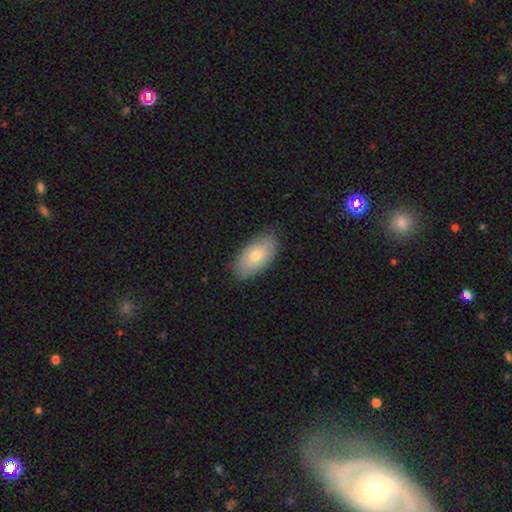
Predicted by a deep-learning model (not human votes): Smooth or featured? smooth (72%)
How rounded? in between (94%)
Merging? none (85%)